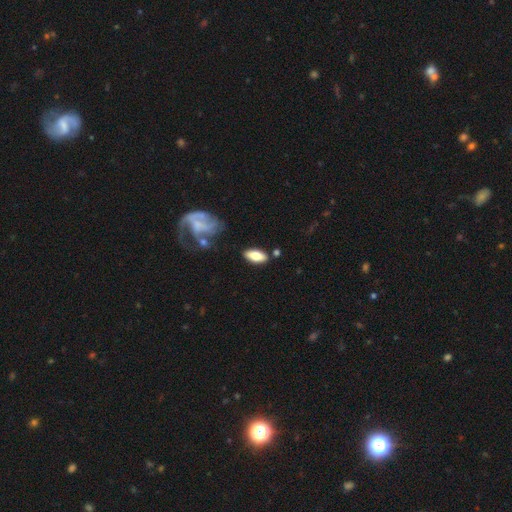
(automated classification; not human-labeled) Smooth or featured: smooth — 74% (featured or disk — 19%)
How rounded: in between — 85% (cigar-shaped — 13%)
Merging: none — 80% (minor disturbance — 13%)